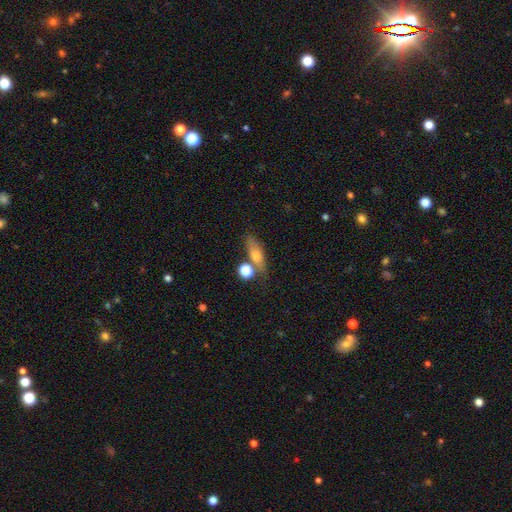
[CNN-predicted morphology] Smooth or featured?
  - smooth: 63% *
  - featured or disk: 25%
  - star or artifact: 13%
How rounded?
  - in between: 51% *
  - cigar-shaped: 35%
  - round: 15%
Merging?
  - none: 59% *
  - minor disturbance: 18%
  - merger: 15%
  - major disturbance: 8%